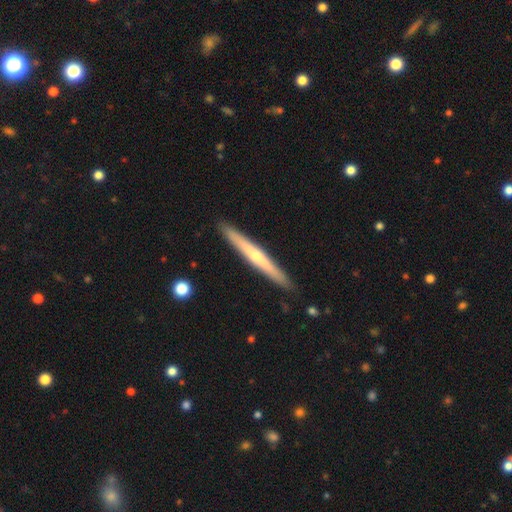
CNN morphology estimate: A featured or disk galaxy (65%) viewed edge-on (96%) with a rounded central bulge (70%). Merging: none (91%).